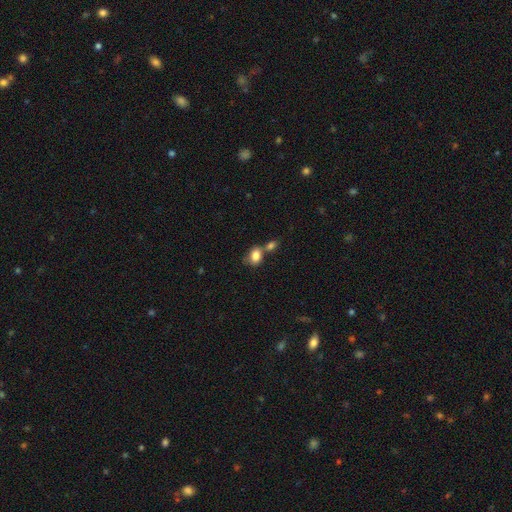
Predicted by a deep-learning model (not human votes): smooth-or-featured: smooth: 82% | featured or disk: 9% | star or artifact: 8%
  how-rounded: in between: 67% | round: 31% | cigar-shaped: 1%
  merging: merger: 44% | none: 37% | minor disturbance: 13% | major disturbance: 5%